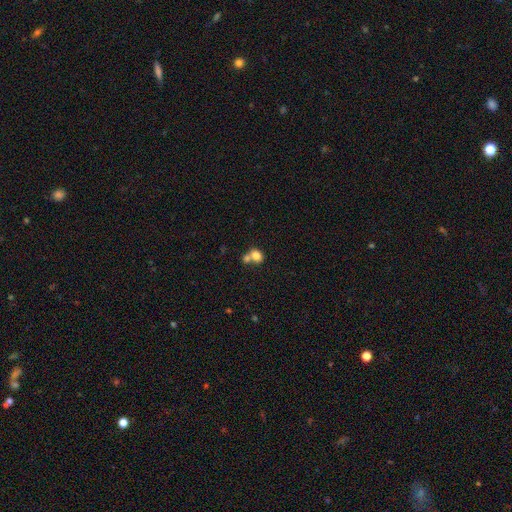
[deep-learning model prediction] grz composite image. It shows a smooth galaxy with no disk features (80%) that is round (55%). Merging: merger (52%).